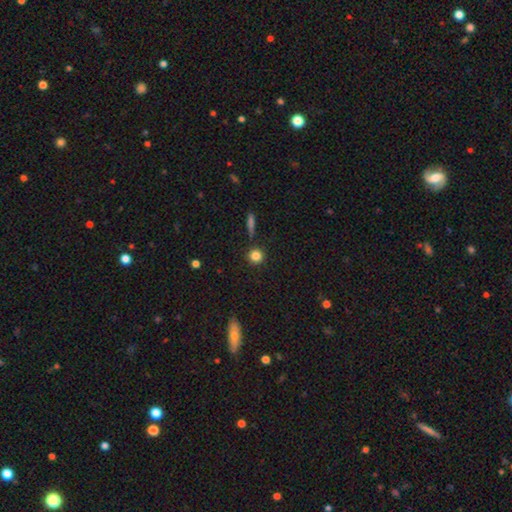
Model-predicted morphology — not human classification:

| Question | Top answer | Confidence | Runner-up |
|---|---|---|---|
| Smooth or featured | smooth | 83% | star or artifact (11%) |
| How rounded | round | 93% | in between (6%) |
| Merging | none | 88% | minor disturbance (7%) |